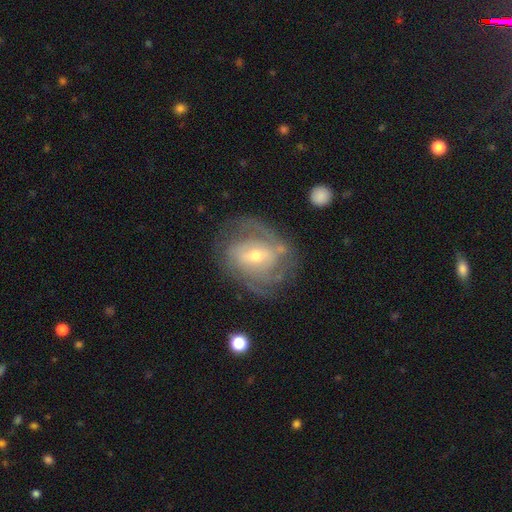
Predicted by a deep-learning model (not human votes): smooth_or_featured: featured or disk (p=0.84) [alt: smooth p=0.11]
disk_edge_on: no (p=0.97) [alt: yes p=0.03]
bar: weak (p=0.49) [alt: no p=0.32]
has_spiral_arms: yes (p=0.92) [alt: no p=0.08]
spiral_winding: tight (p=0.52) [alt: medium p=0.36]
spiral_arm_count: 2 (p=0.32) [alt: can't tell p=0.31]
bulge_size: moderate (p=0.55) [alt: small p=0.40]
merging: none (p=0.67) [alt: minor disturbance p=0.19]